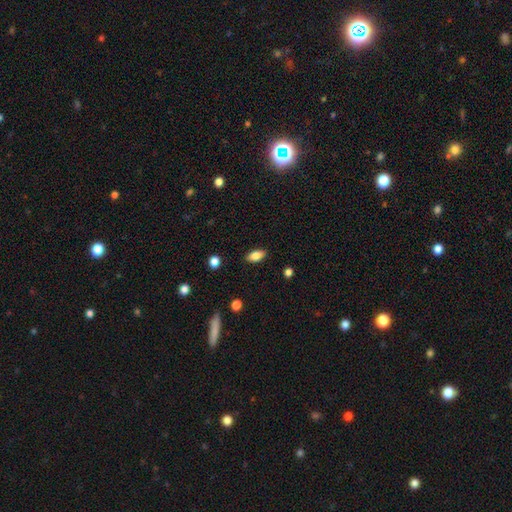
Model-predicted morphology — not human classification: Smooth or featured? Predicted: smooth (p=0.80). How rounded? Predicted: in between (p=0.87). Merging? Predicted: none (p=0.87).